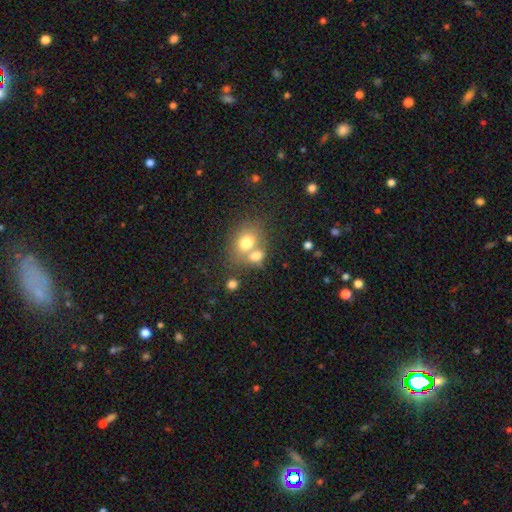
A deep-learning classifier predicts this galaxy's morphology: A smooth galaxy with no disk features (73%) that is in between round and cigar-shaped (60%). Merging: merger (56%).